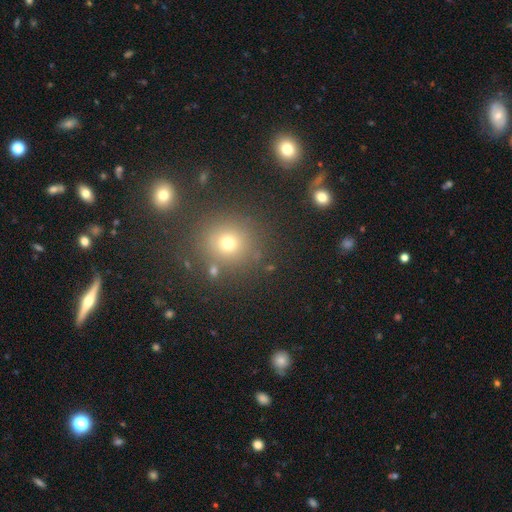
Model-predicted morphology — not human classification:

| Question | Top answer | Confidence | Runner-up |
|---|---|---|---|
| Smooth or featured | smooth | 57% | star or artifact (33%) |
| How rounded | round | 88% | in between (11%) |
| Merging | none | 84% | minor disturbance (8%) |